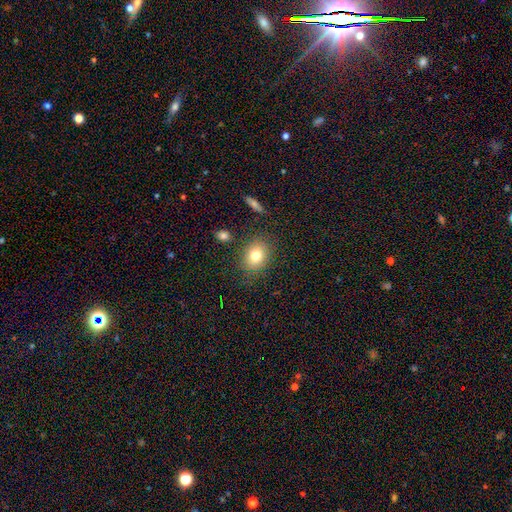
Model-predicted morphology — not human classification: A smooth galaxy with no disk features (78%) that is in between round and cigar-shaped (55%). Merging: none (82%).